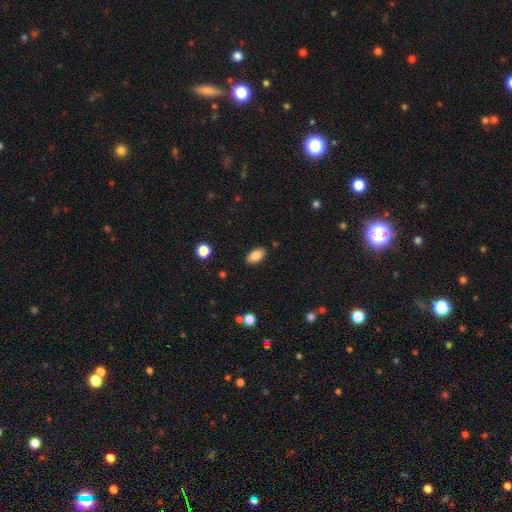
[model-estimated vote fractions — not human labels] Q: Smooth or featured?
A: smooth (85%); runner-up: star or artifact (8%)
Q: How rounded?
A: in between (92%); runner-up: round (5%)
Q: Merging?
A: none (87%); runner-up: minor disturbance (10%)